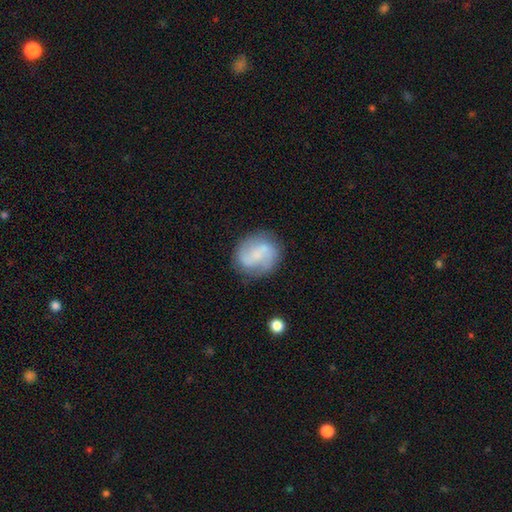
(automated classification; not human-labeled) Smooth or featured?
  - featured or disk: 61% *
  - smooth: 31%
  - star or artifact: 8%
Edge-on disk?
  - no: 97% *
  - yes: 3%
Bar?
  - weak: 45% *
  - no: 39%
  - strong: 17%
Spiral arms?
  - yes: 88% *
  - no: 12%
Spiral winding?
  - medium: 42% *
  - loose: 39%
  - tight: 19%
Spiral arm count?
  - 2: 82% *
  - can't tell: 9%
  - 3: 3%
  - 1: 3%
  - 4: 1%
  - more than 4: 1%
Bulge size?
  - small: 50% *
  - none: 25%
  - moderate: 21%
  - large: 3%
  - dominant: 1%
Merging?
  - none: 74% *
  - minor disturbance: 16%
  - major disturbance: 6%
  - merger: 3%